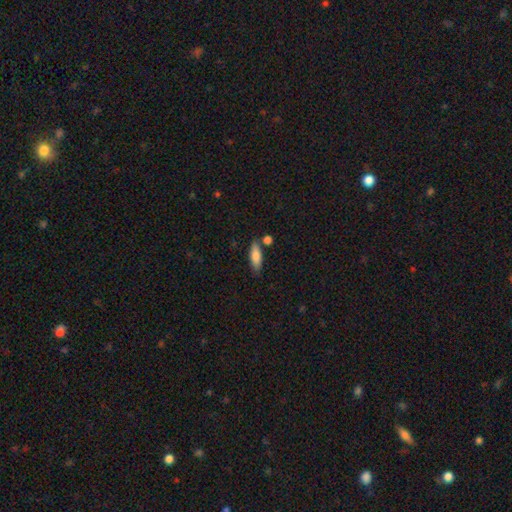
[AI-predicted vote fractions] smooth-or-featured: smooth: 80% | featured or disk: 14% | star or artifact: 6%
  how-rounded: in between: 57% | cigar-shaped: 40% | round: 2%
  merging: none: 75% | minor disturbance: 13% | merger: 10% | major disturbance: 3%